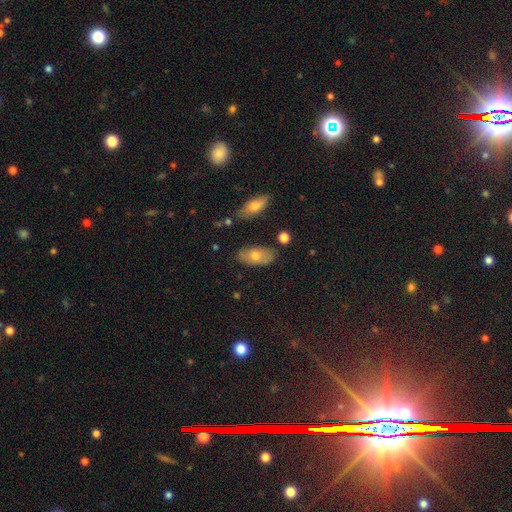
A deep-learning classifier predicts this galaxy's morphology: The model was most divided on "smooth or featured": smooth: 65%, featured or disk: 25%, star or artifact: 9%. More confident: how rounded — in between (91%); merging — none (79%).